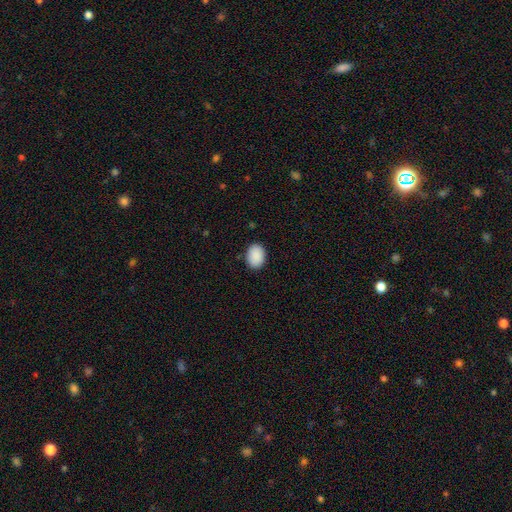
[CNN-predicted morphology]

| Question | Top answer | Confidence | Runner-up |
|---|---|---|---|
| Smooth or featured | smooth | 91% | star or artifact (7%) |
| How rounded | in between | 77% | round (22%) |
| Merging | none | 88% | minor disturbance (9%) |